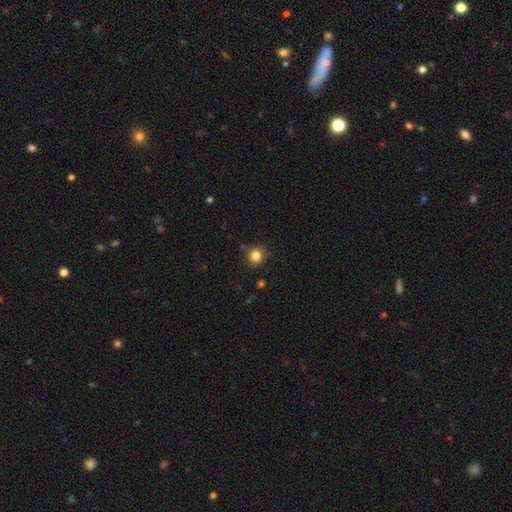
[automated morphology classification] Smooth or featured? smooth (83%)
How rounded? round (89%)
Merging? none (82%)